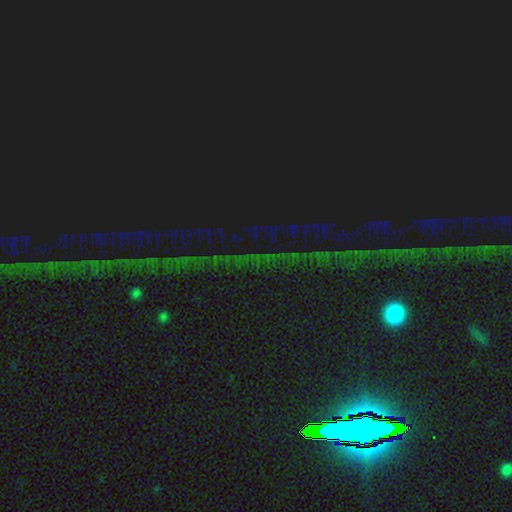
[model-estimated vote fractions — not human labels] Overall: star or artifact (84%).